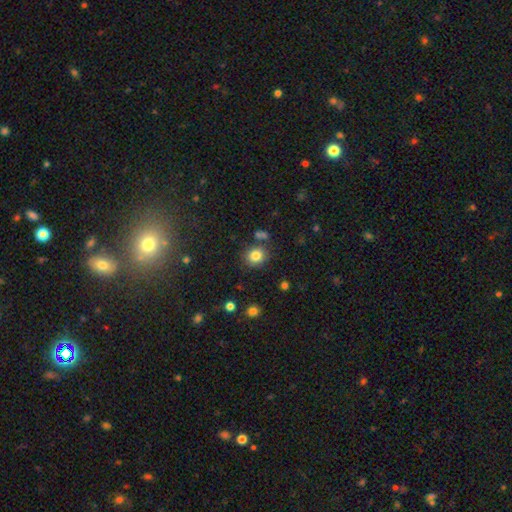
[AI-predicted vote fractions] A smooth galaxy with no disk features (83%) that is round (81%).

Vote fractions:
- Smooth or featured? smooth: 83% / star or artifact: 11% / featured or disk: 6%
- How rounded? round: 81% / in between: 18% / cigar-shaped: 1%
- Merging? none: 79% / minor disturbance: 10% / merger: 7% / major disturbance: 3%